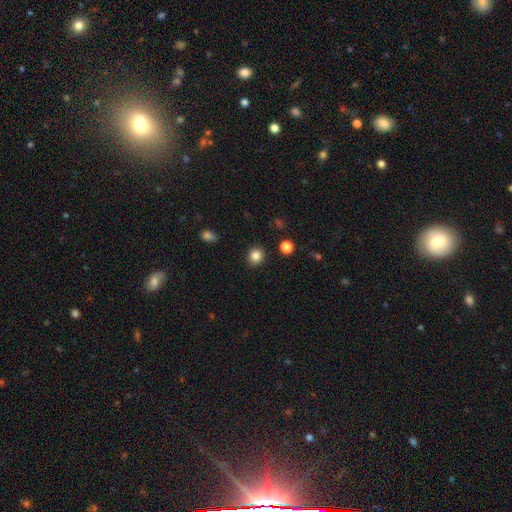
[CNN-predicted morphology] smooth 84%, star or artifact 11%, featured or disk 5%. Down the decision tree: how rounded — round (80%); merging — none (90%).